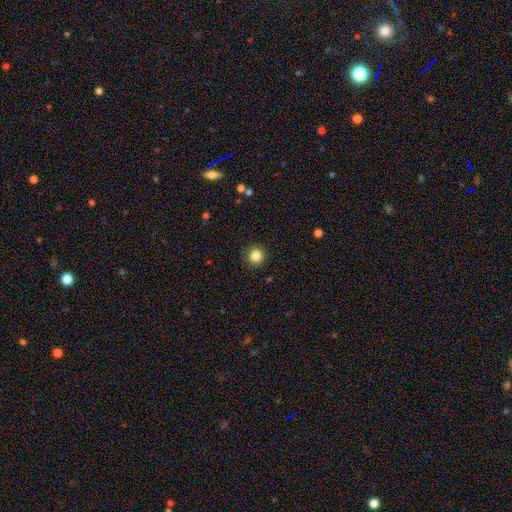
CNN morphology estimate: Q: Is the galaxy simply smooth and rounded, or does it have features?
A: smooth — 84%.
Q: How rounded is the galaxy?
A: round — 94%.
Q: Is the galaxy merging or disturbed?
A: none — 92%.